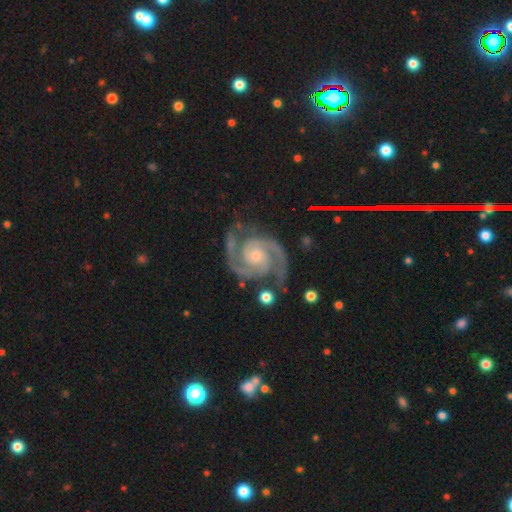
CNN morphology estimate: Q: Smooth or featured?
A: featured or disk (93%); runner-up: star or artifact (4%)
Q: Edge-on disk?
A: no (98%); runner-up: yes (2%)
Q: Bar?
A: no (67%); runner-up: weak (25%)
Q: Spiral arms?
A: yes (99%); runner-up: no (1%)
Q: Spiral winding?
A: tight (49%); runner-up: medium (46%)
Q: Spiral arm count?
A: 2 (91%); runner-up: 3 (4%)
Q: Bulge size?
A: small (54%); runner-up: moderate (40%)
Q: Merging?
A: none (76%); runner-up: minor disturbance (16%)